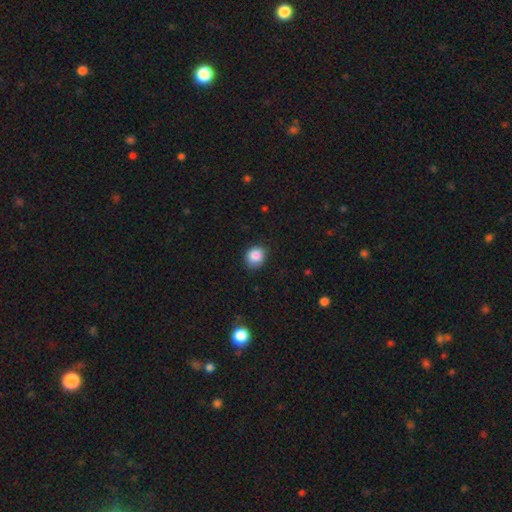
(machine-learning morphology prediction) This appears to be a smooth galaxy with no disk features (87%) that is round (77%). Merging: none (86%).